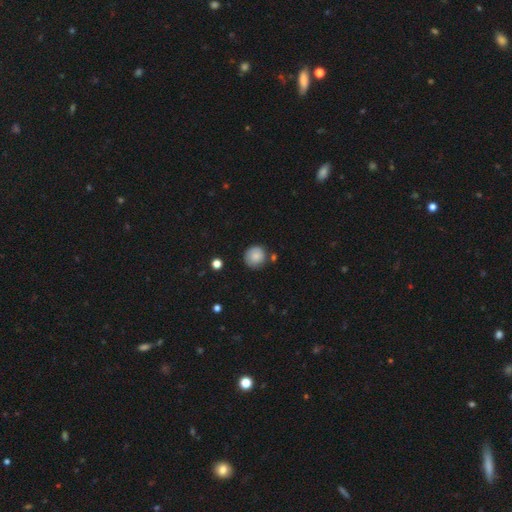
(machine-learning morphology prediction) Overall: smooth (83%). How rounded: round (91%). Merging: none (78%).